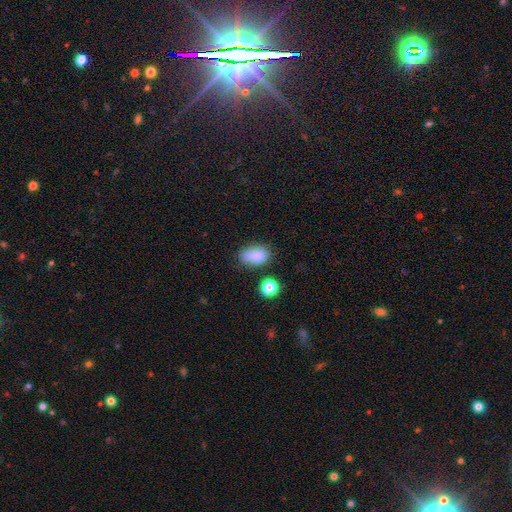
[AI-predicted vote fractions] smooth-or-featured: smooth: 85% | star or artifact: 10% | featured or disk: 6%
  how-rounded: in between: 88% | round: 11% | cigar-shaped: 2%
  merging: none: 70% | minor disturbance: 20% | major disturbance: 5% | merger: 5%